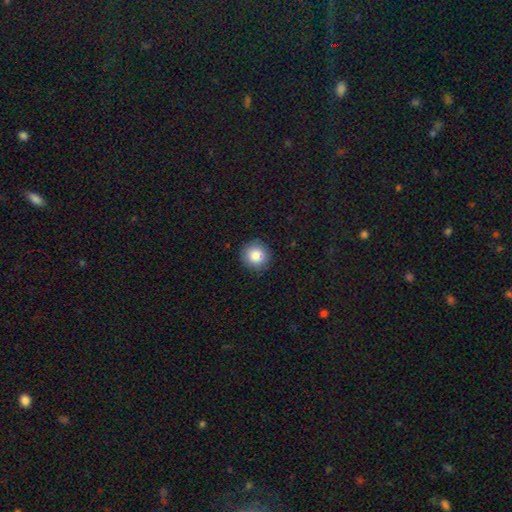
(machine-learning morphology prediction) smooth-or-featured: smooth: 85% | star or artifact: 9% | featured or disk: 6%
  how-rounded: round: 94% | in between: 5% | cigar-shaped: 1%
  merging: none: 90% | minor disturbance: 7% | major disturbance: 2% | merger: 1%